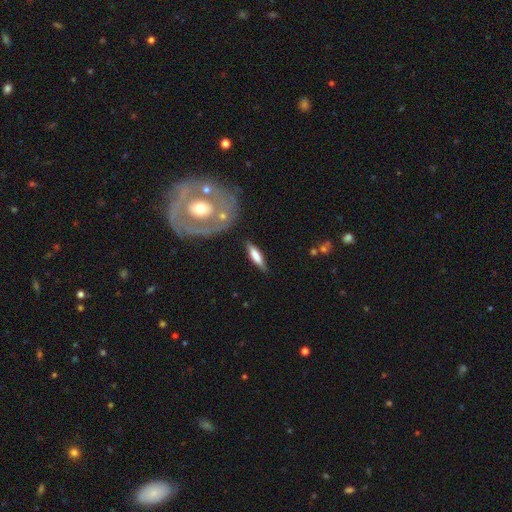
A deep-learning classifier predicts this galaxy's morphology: Smooth or featured? smooth (66%)
How rounded? cigar-shaped (72%)
Merging? none (78%)